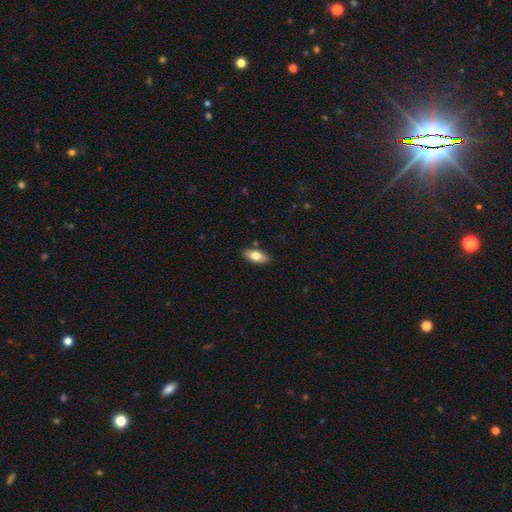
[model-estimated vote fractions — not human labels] Smooth or featured: smooth — 78% (featured or disk — 15%)
How rounded: in between — 88% (cigar-shaped — 10%)
Merging: none — 87% (minor disturbance — 9%)